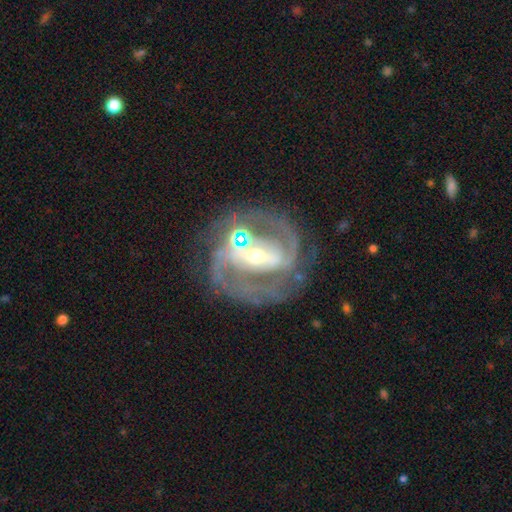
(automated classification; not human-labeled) Overall: featured or disk (89%). Edge-on disk: no (97%). Bar: strong (54%; weak 31%). Spiral arms: yes (96%). Spiral arm count: 2 (68%). Spiral winding: medium (48%; tight 41%). Bulge size: moderate (49%; small 44%). Merging: none (65%).